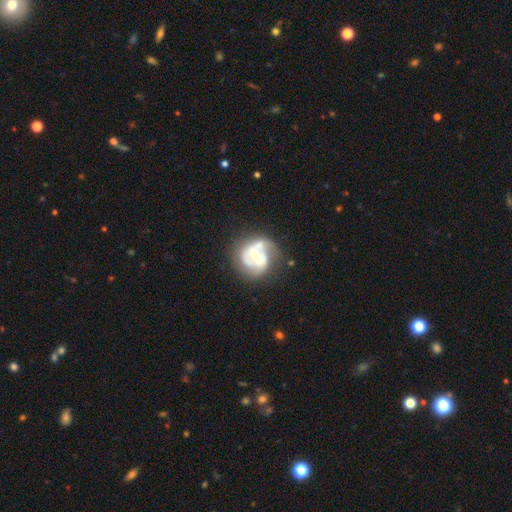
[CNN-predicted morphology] smooth_or_featured: featured or disk (p=0.67) [alt: smooth p=0.26]
disk_edge_on: no (p=0.97) [alt: yes p=0.03]
bar: weak (p=0.41) [alt: no p=0.34]
has_spiral_arms: yes (p=0.64) [alt: no p=0.36]
bulge_size: small (p=0.52) [alt: moderate p=0.33]
merging: none (p=0.43) [alt: major disturbance p=0.26]